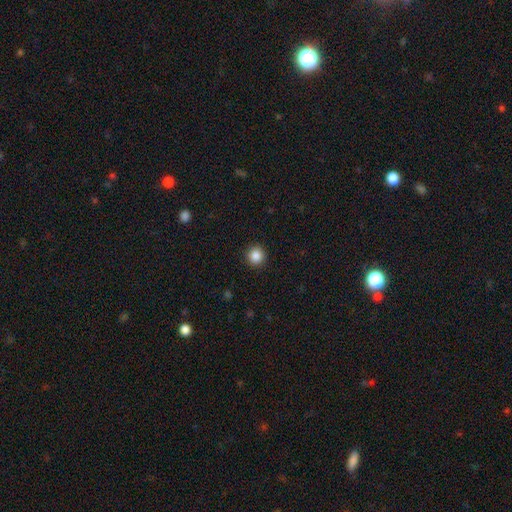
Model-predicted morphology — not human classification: smooth 86%, star or artifact 10%, featured or disk 3%. Down the decision tree: how rounded — round (95%); merging — none (92%).